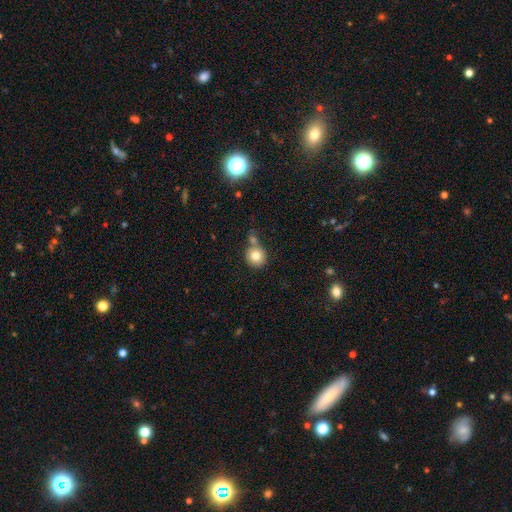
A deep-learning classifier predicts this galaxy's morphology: A smooth galaxy with no disk features (80%) that is round (90%). Merging: none (59%).